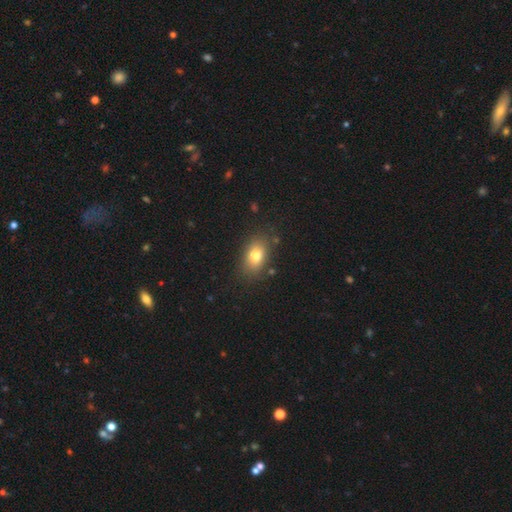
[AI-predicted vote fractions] Smooth or featured?
  - smooth: 76% *
  - featured or disk: 13%
  - star or artifact: 10%
How rounded?
  - in between: 81% *
  - round: 17%
  - cigar-shaped: 2%
Merging?
  - none: 81% *
  - minor disturbance: 13%
  - major disturbance: 4%
  - merger: 2%